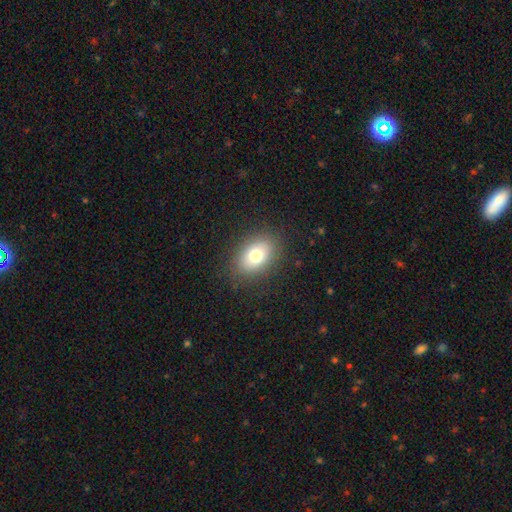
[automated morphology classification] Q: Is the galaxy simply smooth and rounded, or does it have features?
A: smooth — 75%.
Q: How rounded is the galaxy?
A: in between — 79%.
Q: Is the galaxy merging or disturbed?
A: none — 85%.